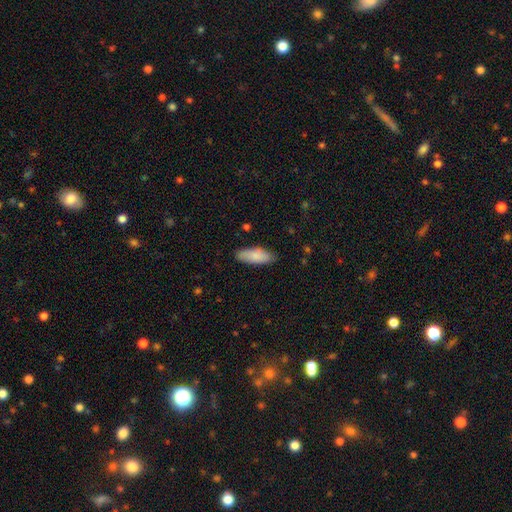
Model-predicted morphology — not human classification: smooth-or-featured: smooth: 86% | featured or disk: 8% | star or artifact: 6%
  how-rounded: in between: 74% | cigar-shaped: 24% | round: 2%
  merging: none: 83% | minor disturbance: 13% | major disturbance: 2% | merger: 1%